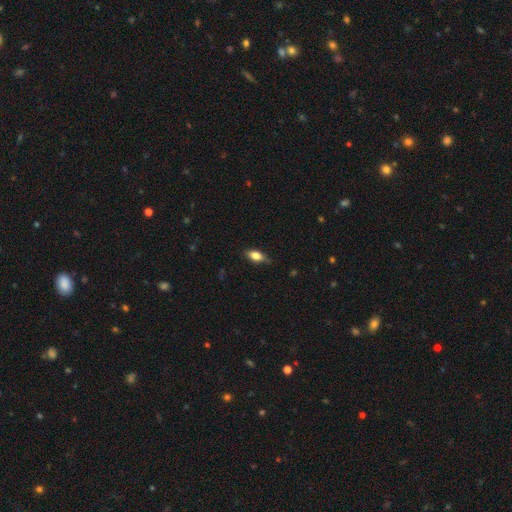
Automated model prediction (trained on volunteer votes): Smooth or featured? smooth (78%)
How rounded? in between (85%)
Merging? none (77%)